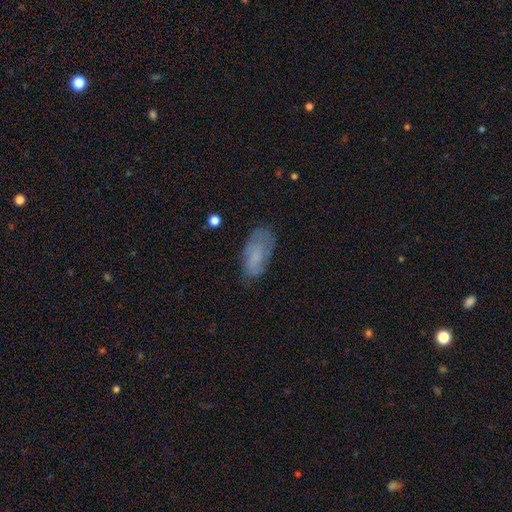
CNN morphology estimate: Overall: smooth (64%; featured or disk 27%). How rounded: in between (89%). Merging: none (64%; minor disturbance 25%).